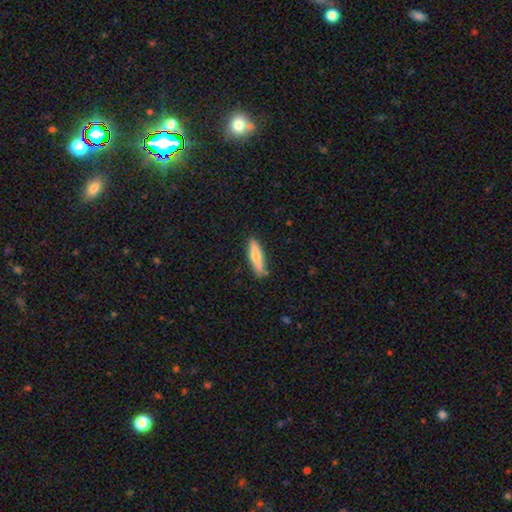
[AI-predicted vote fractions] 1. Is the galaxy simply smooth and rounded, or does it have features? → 64% smooth, 30% featured or disk, 6% star or artifact.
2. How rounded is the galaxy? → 70% cigar-shaped, 28% in between, 2% round.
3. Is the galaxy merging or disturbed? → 83% none, 12% minor disturbance, 2% merger, 2% major disturbance.